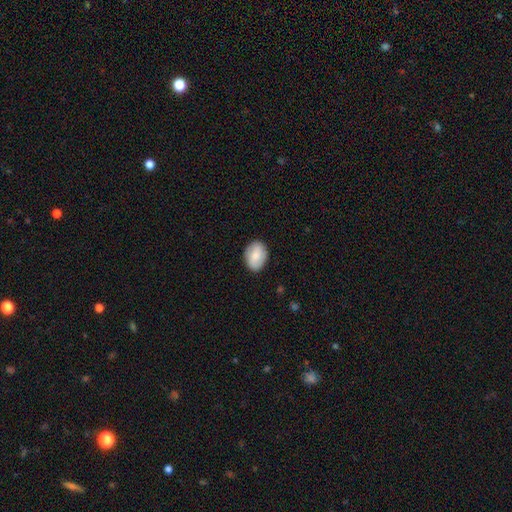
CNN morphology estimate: smooth_or_featured: smooth (p=0.75) [alt: featured or disk p=0.19]
how_rounded: in between (p=0.74) [alt: round p=0.25]
merging: none (p=0.87) [alt: minor disturbance p=0.10]